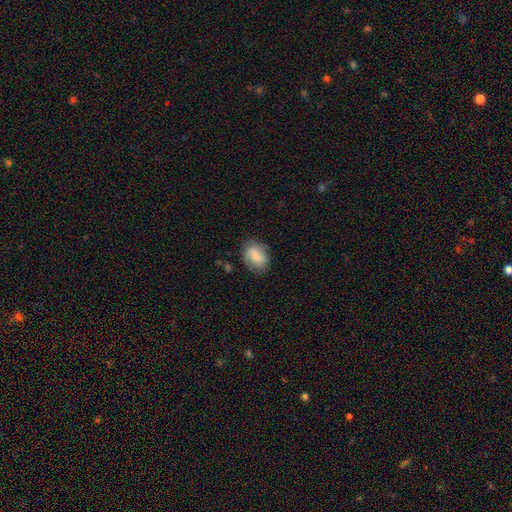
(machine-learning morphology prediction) A smooth galaxy with no disk features (73%) that is in between round and cigar-shaped (72%).

Vote fractions:
- Smooth or featured? smooth: 73% / featured or disk: 20% / star or artifact: 7%
- How rounded? in between: 72% / round: 26% / cigar-shaped: 1%
- Merging? none: 75% / minor disturbance: 18% / major disturbance: 5% / merger: 1%